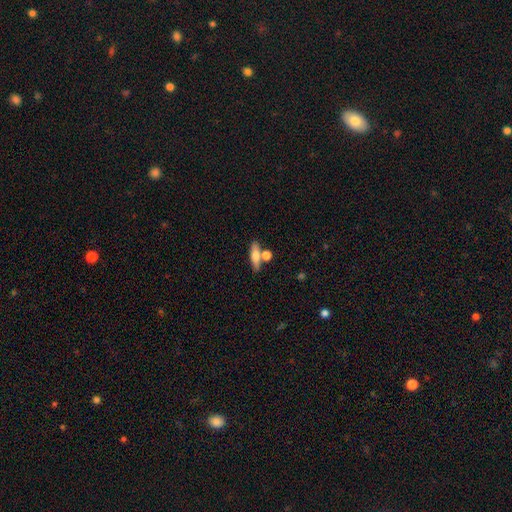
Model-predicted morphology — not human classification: smooth 66%, featured or disk 26%, star or artifact 8%. Down the decision tree: how rounded — cigar-shaped (49%); merging — none (61%).